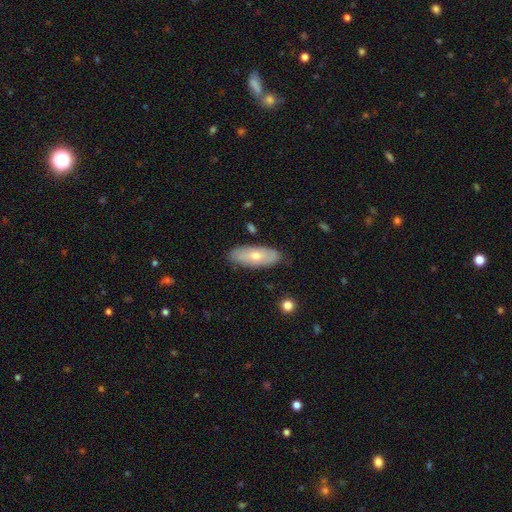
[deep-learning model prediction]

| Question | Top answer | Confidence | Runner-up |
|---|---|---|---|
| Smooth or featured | smooth | 55% | featured or disk (38%) |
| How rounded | in between | 79% | cigar-shaped (19%) |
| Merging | none | 84% | minor disturbance (12%) |